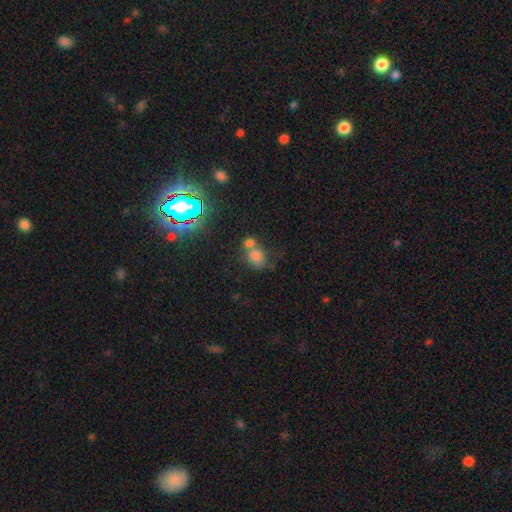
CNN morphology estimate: smooth_or_featured: smooth (p=0.73) [alt: star or artifact p=0.17]
how_rounded: round (p=0.50) [alt: in between p=0.49]
merging: merger (p=0.47) [alt: none p=0.36]